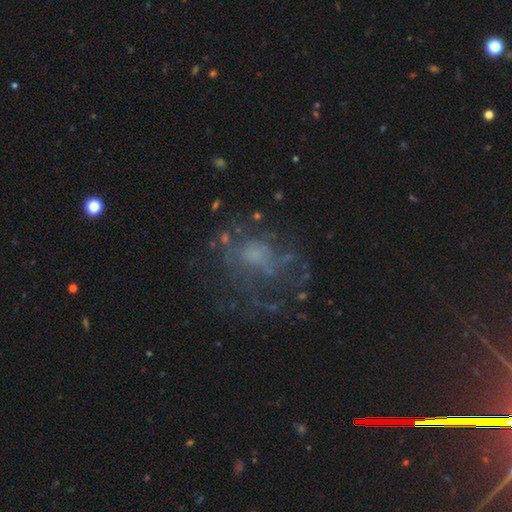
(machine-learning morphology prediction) This appears to be a featured or disk galaxy (61%) with no bar (83%), no spiral arms (60%) and no central bulge (35%). Merging: none (57%).